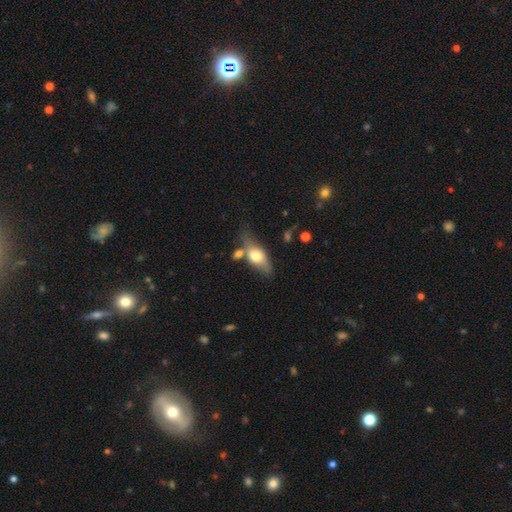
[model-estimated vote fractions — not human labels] Smooth or featured? smooth (57%)
How rounded? in between (74%)
Merging? none (53%)